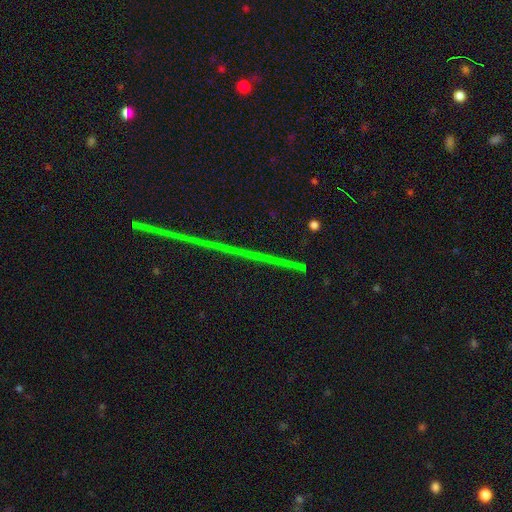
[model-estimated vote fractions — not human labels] Morphology: type=star or artifact (74%).